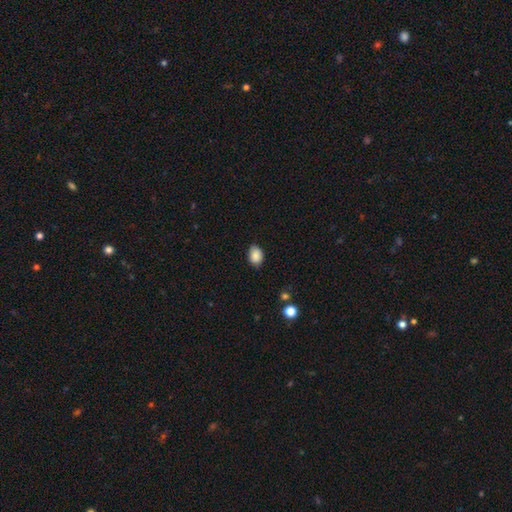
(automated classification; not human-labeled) smooth 87%, star or artifact 8%, featured or disk 5%. Down the decision tree: how rounded — in between (78%); merging — none (80%).